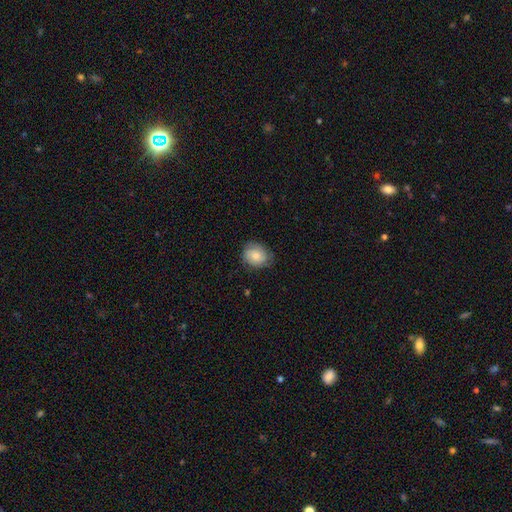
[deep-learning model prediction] The model was most divided on "how rounded": round: 57%, in between: 42%, cigar-shaped: 1%. More confident: smooth or featured — smooth (75%); merging — none (74%).